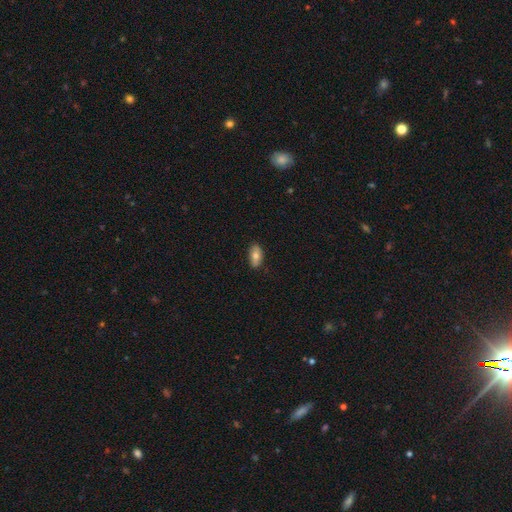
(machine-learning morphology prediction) Smooth or featured? Predicted: smooth (p=0.73). How rounded? Predicted: in between (p=0.89). Merging? Predicted: none (p=0.85).